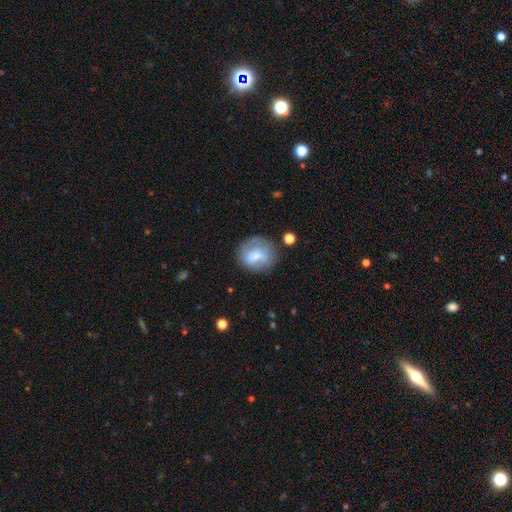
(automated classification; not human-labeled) Smooth or featured? smooth (50%)
How rounded? round (73%)
Merging? none (63%)